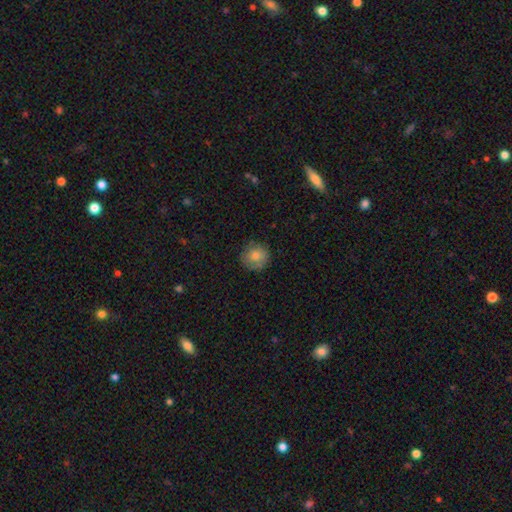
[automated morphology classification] smooth_or_featured: smooth (p=0.77) [alt: featured or disk p=0.14]
how_rounded: round (p=0.93) [alt: in between p=0.06]
merging: none (p=0.84) [alt: minor disturbance p=0.12]